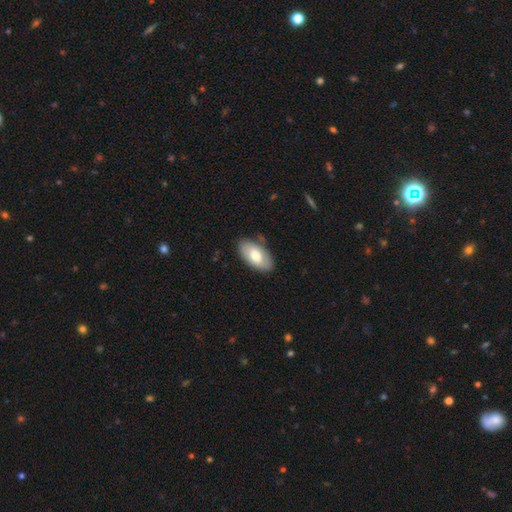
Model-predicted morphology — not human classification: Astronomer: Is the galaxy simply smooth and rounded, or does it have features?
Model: smooth — 67%.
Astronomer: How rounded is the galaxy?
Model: in between — 94%.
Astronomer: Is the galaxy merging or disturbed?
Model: none — 81%.